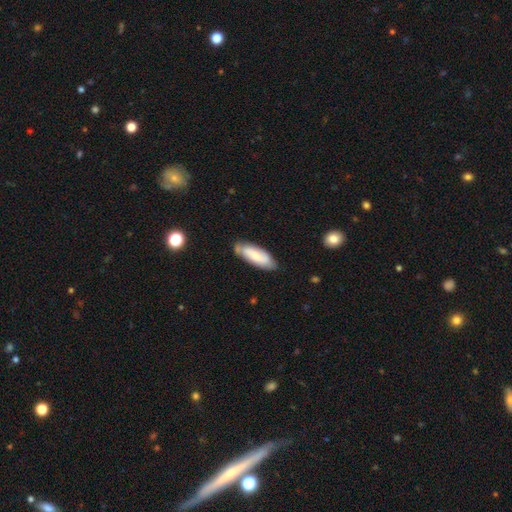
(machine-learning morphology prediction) The model was most divided on "how rounded": in between: 63%, cigar-shaped: 35%, round: 1%. More confident: merging — none (73%); smooth or featured — smooth (68%).